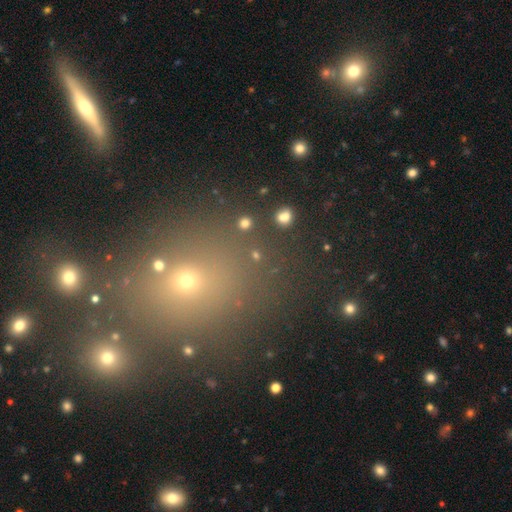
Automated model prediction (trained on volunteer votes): A smooth galaxy with no disk features (54%) that is round (74%).

Vote fractions:
- Smooth or featured? smooth: 54% / star or artifact: 36% / featured or disk: 10%
- How rounded? round: 74% / in between: 23% / cigar-shaped: 3%
- Merging? none: 81% / minor disturbance: 8% / merger: 6% / major disturbance: 5%